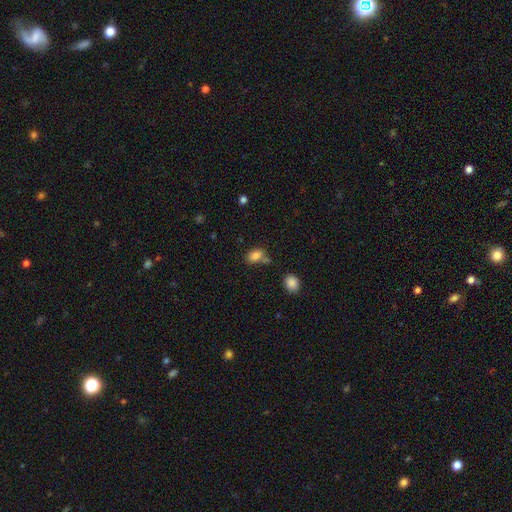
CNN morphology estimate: Overall: smooth (83%). How rounded: in between (80%). Merging: none (55%; merger 21%).